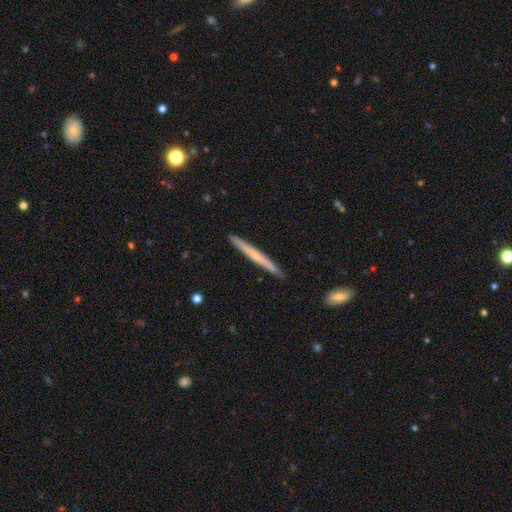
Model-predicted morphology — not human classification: Smooth or featured?
  - smooth: 47% * (tied)
  - featured or disk: 47% * (tied)
  - star or artifact: 5%
Merging?
  - none: 91% *
  - minor disturbance: 6%
  - major disturbance: 1%
  - merger: 1%